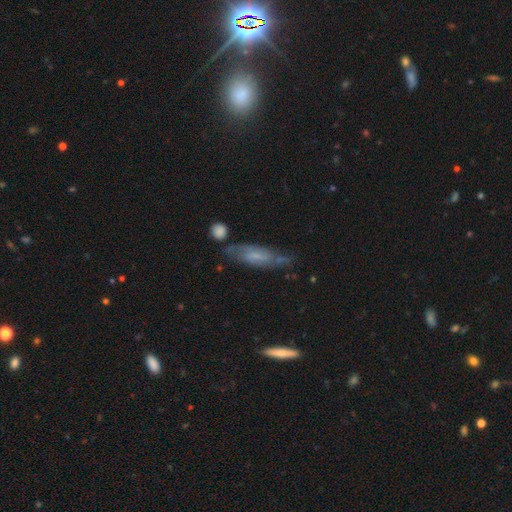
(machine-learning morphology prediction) This appears to be a featured or disk galaxy (59%). Merging: none (58%).